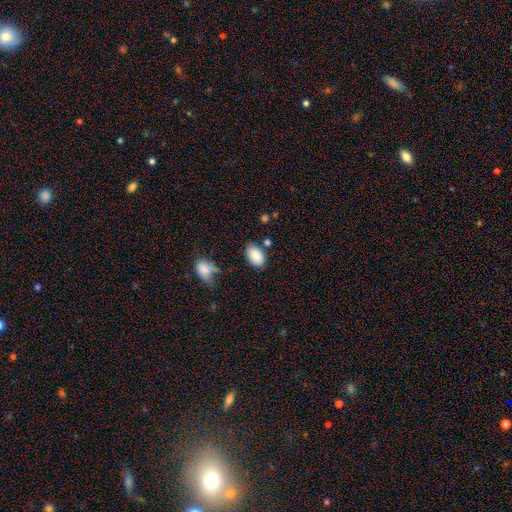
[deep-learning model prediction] Overall: smooth (87%). How rounded: in between (91%). Merging: none (75%).